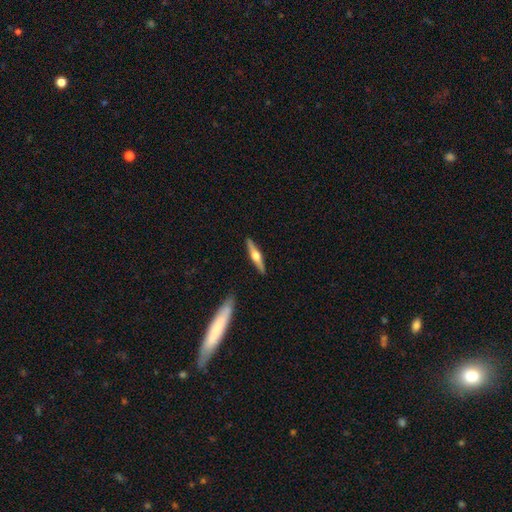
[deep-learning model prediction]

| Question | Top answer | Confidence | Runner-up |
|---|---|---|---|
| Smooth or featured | featured or disk | 67% | smooth (28%) |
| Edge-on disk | yes | 97% | no (3%) |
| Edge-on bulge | rounded | 94% | boxy (3%) |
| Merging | none | 90% | minor disturbance (7%) |